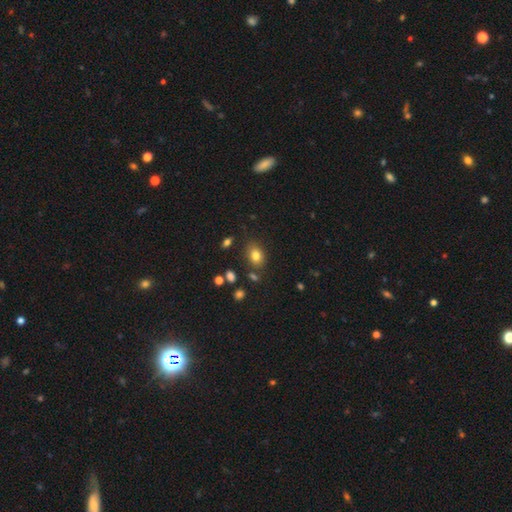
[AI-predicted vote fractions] A smooth galaxy with no disk features (80%) that is in between round and cigar-shaped (64%).

Vote fractions:
- Smooth or featured? smooth: 80% / star or artifact: 12% / featured or disk: 8%
- How rounded? in between: 64% / round: 35% / cigar-shaped: 1%
- Merging? none: 76% / minor disturbance: 14% / merger: 6% / major disturbance: 4%